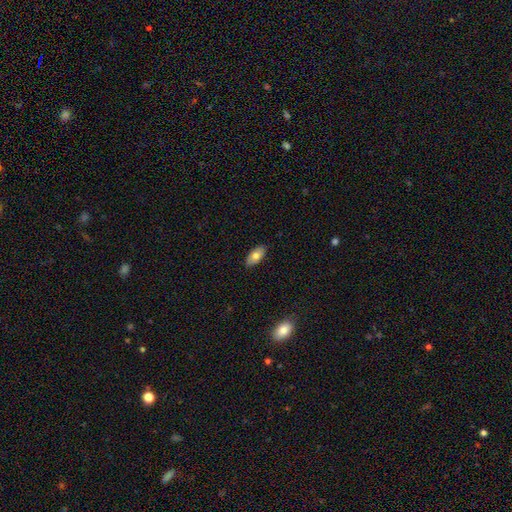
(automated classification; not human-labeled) The model was most divided on "smooth or featured": smooth: 73%, featured or disk: 21%, star or artifact: 7%. More confident: how rounded — in between (91%); merging — none (86%).